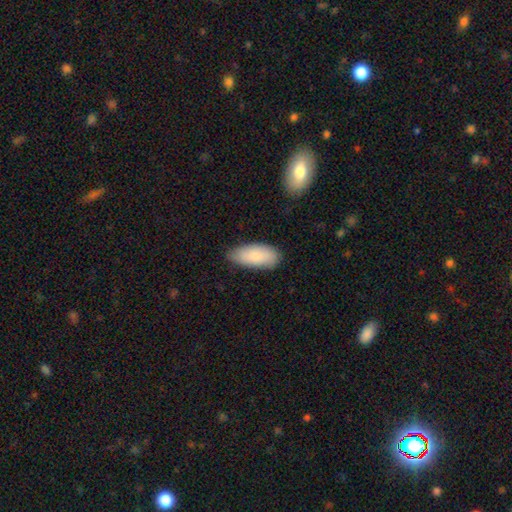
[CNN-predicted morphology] Overall: smooth (85%). How rounded: in between (88%). Merging: none (73%).